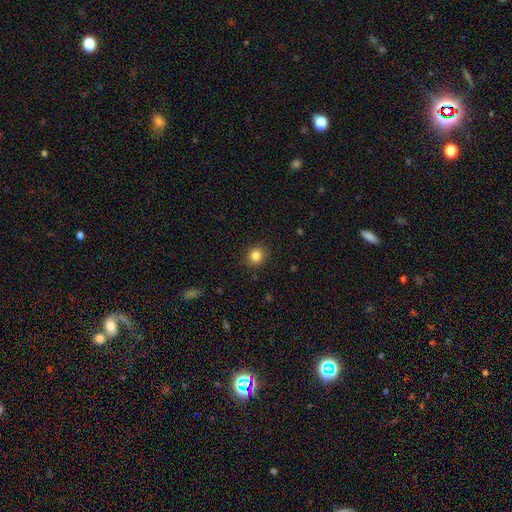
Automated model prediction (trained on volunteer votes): A smooth galaxy with no disk features (84%) that is round (83%).

Vote fractions:
- Smooth or featured? smooth: 84% / star or artifact: 11% / featured or disk: 5%
- How rounded? round: 83% / in between: 17% / cigar-shaped: 1%
- Merging? none: 89% / minor disturbance: 7% / major disturbance: 2% / merger: 1%